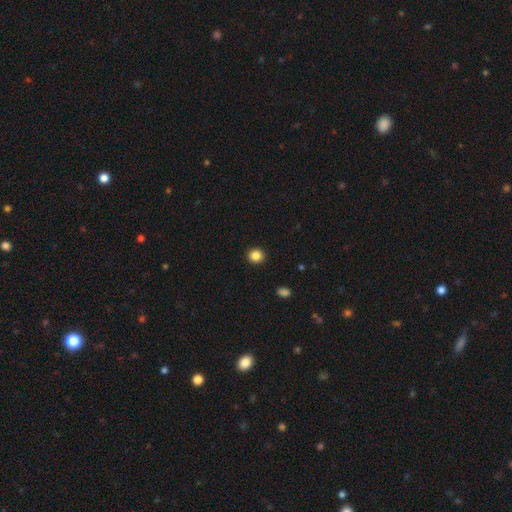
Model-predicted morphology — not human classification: A smooth galaxy with no disk features (86%) that is round (87%).

Vote fractions:
- Smooth or featured? smooth: 86% / star or artifact: 11% / featured or disk: 4%
- How rounded? round: 87% / in between: 12% / cigar-shaped: 1%
- Merging? none: 93% / minor disturbance: 5% / major disturbance: 2% / merger: 1%